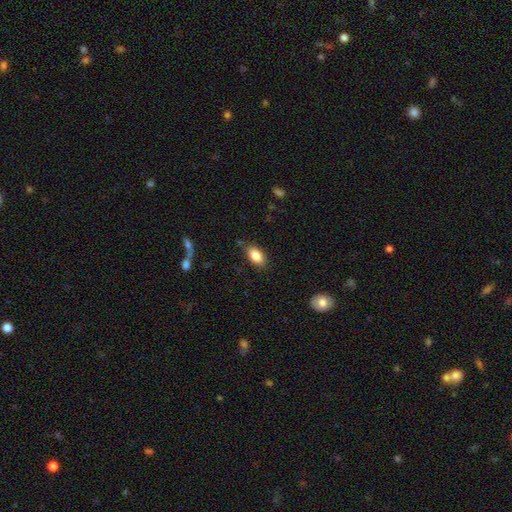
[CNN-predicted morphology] Smooth or featured?
  - smooth: 86% *
  - star or artifact: 7%
  - featured or disk: 7%
How rounded?
  - in between: 92% *
  - round: 6%
  - cigar-shaped: 3%
Merging?
  - none: 83% *
  - minor disturbance: 12%
  - major disturbance: 3%
  - merger: 2%